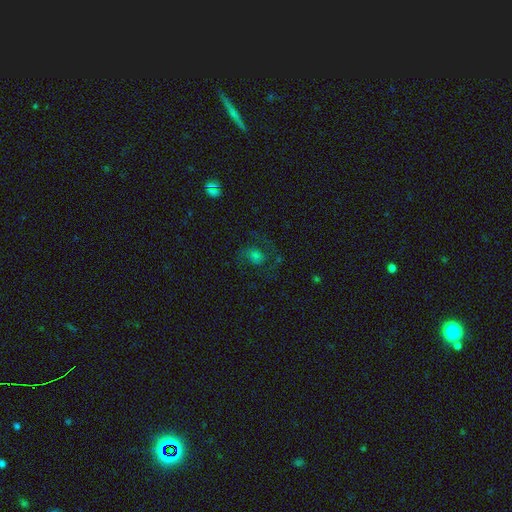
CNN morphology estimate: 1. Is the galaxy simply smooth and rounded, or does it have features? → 47% featured or disk, 33% smooth, 20% star or artifact.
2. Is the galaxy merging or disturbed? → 58% none, 23% major disturbance, 17% minor disturbance, 3% merger.